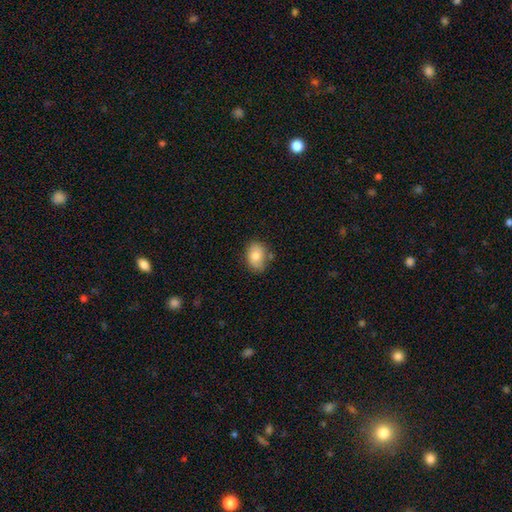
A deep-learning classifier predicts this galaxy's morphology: Q: Smooth or featured?
A: smooth (80%); runner-up: featured or disk (12%)
Q: How rounded?
A: in between (75%); runner-up: round (23%)
Q: Merging?
A: none (71%); runner-up: minor disturbance (20%)